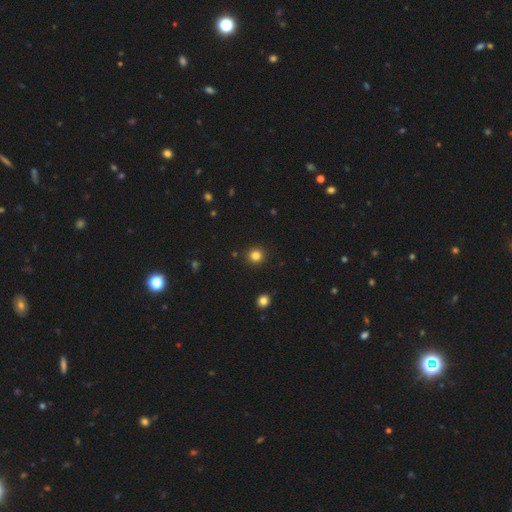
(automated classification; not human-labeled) Overall: smooth (82%). How rounded: round (92%). Merging: none (92%).